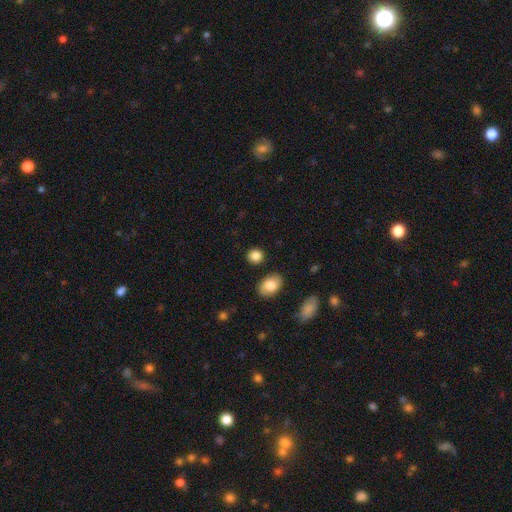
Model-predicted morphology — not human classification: smooth 86%, star or artifact 9%, featured or disk 5%. Down the decision tree: how rounded — round (78%); merging — none (85%).